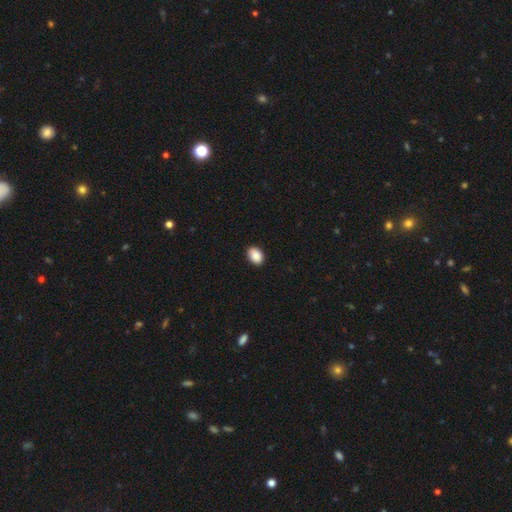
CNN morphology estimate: Q: Smooth or featured?
A: smooth (90%); runner-up: star or artifact (8%)
Q: How rounded?
A: in between (76%); runner-up: round (23%)
Q: Merging?
A: none (89%); runner-up: minor disturbance (8%)